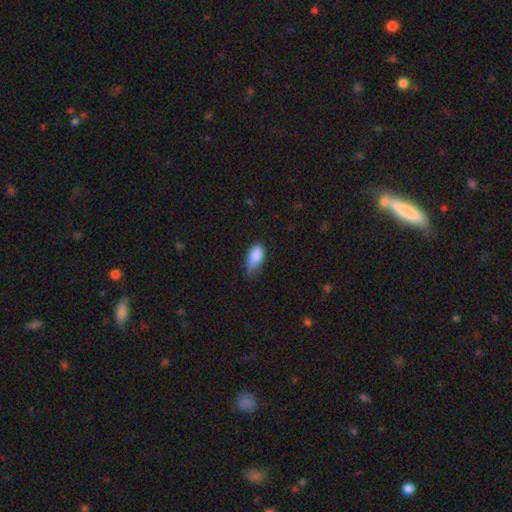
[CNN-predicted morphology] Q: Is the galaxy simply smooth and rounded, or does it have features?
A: smooth — 87%.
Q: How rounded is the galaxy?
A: in between — 91%.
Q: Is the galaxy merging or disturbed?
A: none — 46%.